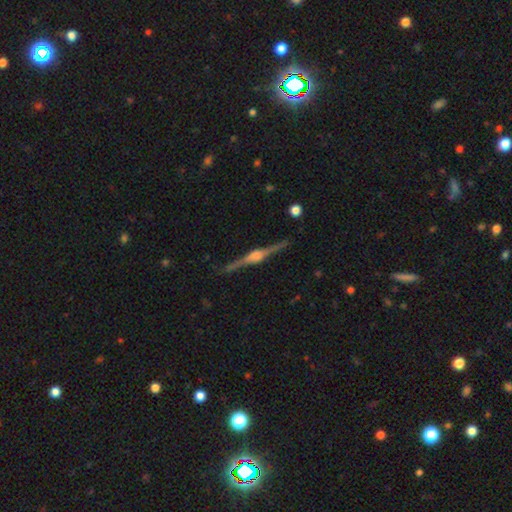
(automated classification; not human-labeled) A featured or disk galaxy (87%) viewed edge-on (98%) with a rounded central bulge (83%). Merging: none (88%).